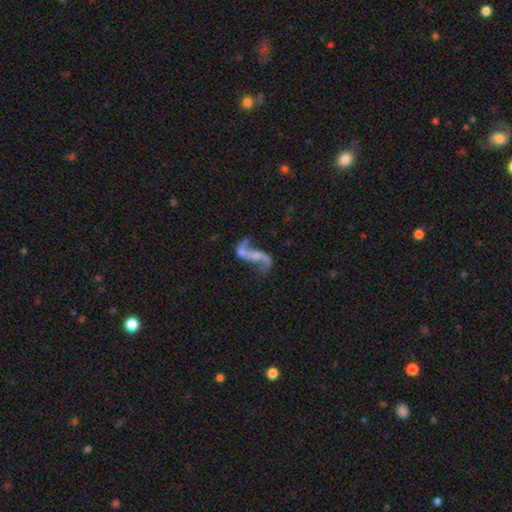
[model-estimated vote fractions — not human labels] This is clearly a featured or disk galaxy (82%). It is clearly not viewed edge-on (95%). Bar: marginally no (45%). Spiral arm pattern: clearly yes (88%). Spiral arm count: clearly 2 (90%). Spiral winding: clearly loose (92%). Central bulge: possibly none (46%). Merging: possibly none (49%).